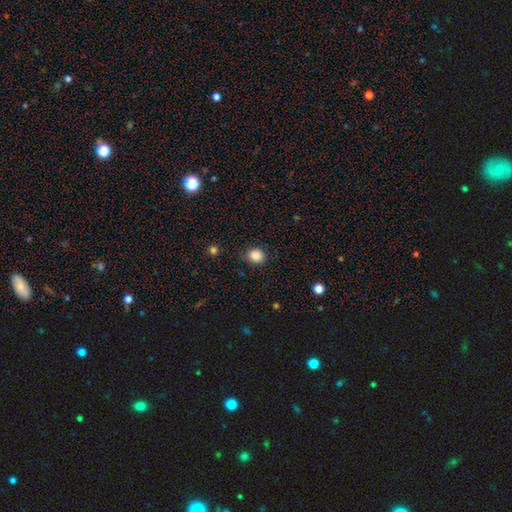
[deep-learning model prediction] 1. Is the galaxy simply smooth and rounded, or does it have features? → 87% smooth, 10% star or artifact, 3% featured or disk.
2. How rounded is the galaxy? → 67% round, 32% in between, 1% cigar-shaped.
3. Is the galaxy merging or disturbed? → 82% none, 13% minor disturbance, 4% major disturbance, 1% merger.